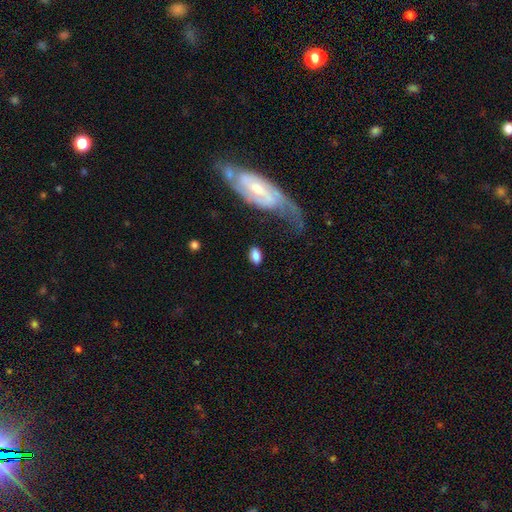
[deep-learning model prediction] A smooth galaxy with no disk features (78%) that is in between round and cigar-shaped (90%).

Vote fractions:
- Smooth or featured? smooth: 78% / featured or disk: 15% / star or artifact: 6%
- How rounded? in between: 90% / round: 7% / cigar-shaped: 3%
- Merging? none: 74% / minor disturbance: 14% / major disturbance: 8% / merger: 4%